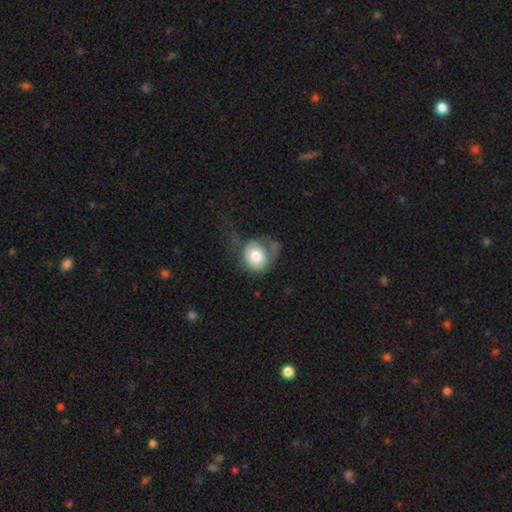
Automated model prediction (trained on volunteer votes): The model was most divided on "merging": major disturbance: 40%, none: 29%, minor disturbance: 27%, merger: 4%. More confident: how rounded — round (74%); smooth or featured — smooth (72%).